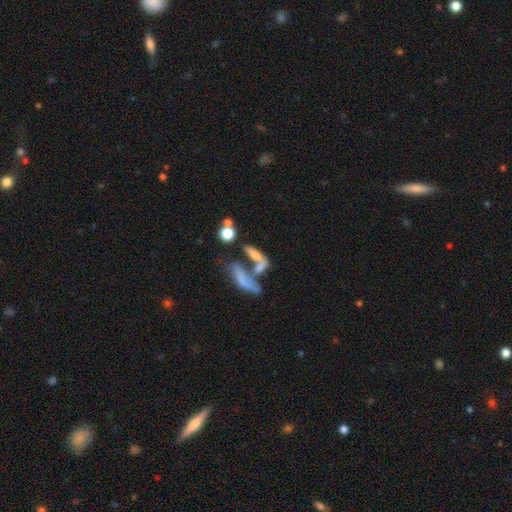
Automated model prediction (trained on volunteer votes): Smooth or featured? Predicted: smooth (p=0.57). How rounded? Predicted: in between (p=0.48). Merging? Predicted: merger (p=0.55).